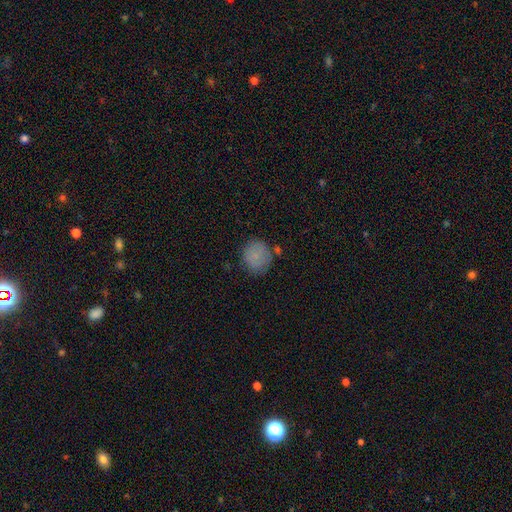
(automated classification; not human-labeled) smooth_or_featured: smooth (p=0.81) [alt: featured or disk p=0.10]
how_rounded: round (p=0.82) [alt: in between p=0.17]
merging: none (p=0.75) [alt: minor disturbance p=0.16]